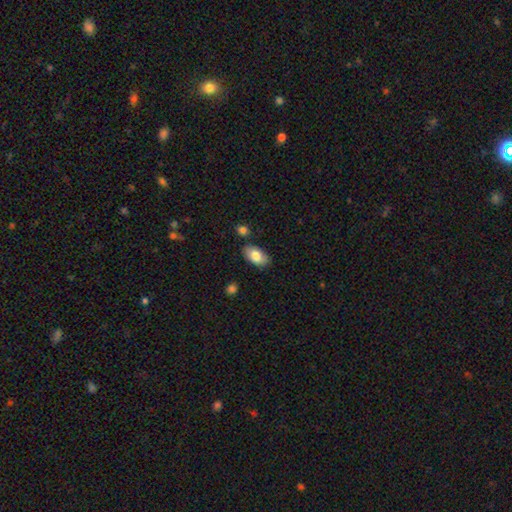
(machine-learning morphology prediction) Q: Smooth or featured?
A: smooth (80%); runner-up: featured or disk (14%)
Q: How rounded?
A: in between (94%); runner-up: round (4%)
Q: Merging?
A: none (83%); runner-up: minor disturbance (11%)